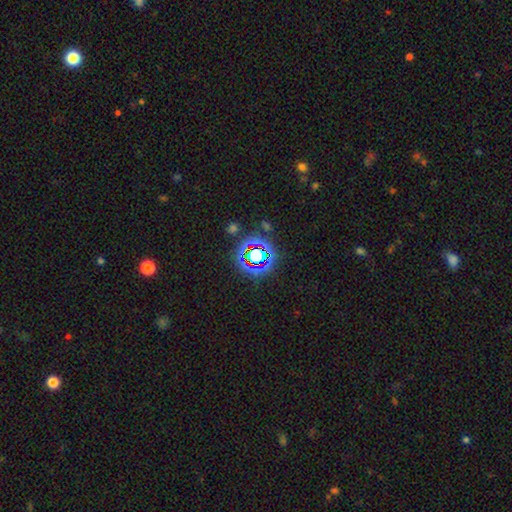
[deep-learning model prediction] star or artifact 66%, smooth 22%, featured or disk 11%.